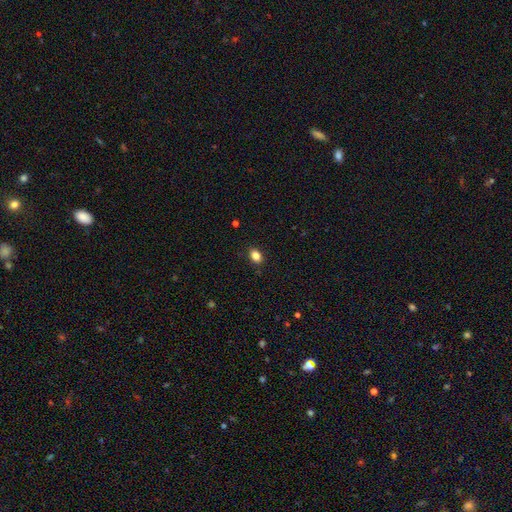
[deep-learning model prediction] A smooth galaxy with no disk features (85%) that is in between round and cigar-shaped (73%).

Vote fractions:
- Smooth or featured? smooth: 85% / star or artifact: 10% / featured or disk: 5%
- How rounded? in between: 73% / round: 26% / cigar-shaped: 1%
- Merging? none: 89% / minor disturbance: 8% / major disturbance: 2% / merger: 1%